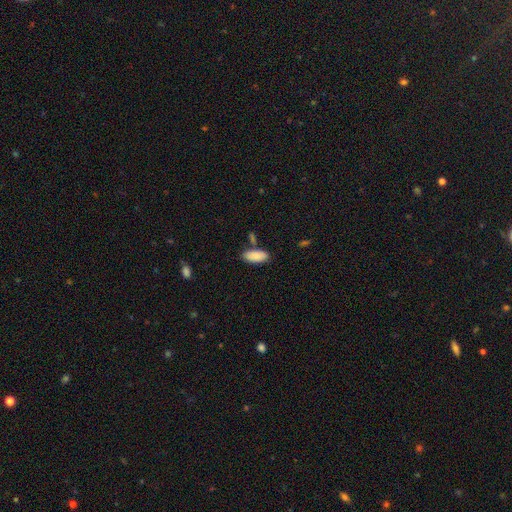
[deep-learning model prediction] The model was most divided on "merging": none: 74%, minor disturbance: 13%, merger: 10%, major disturbance: 3%. More confident: smooth or featured — smooth (88%); how rounded — in between (87%).